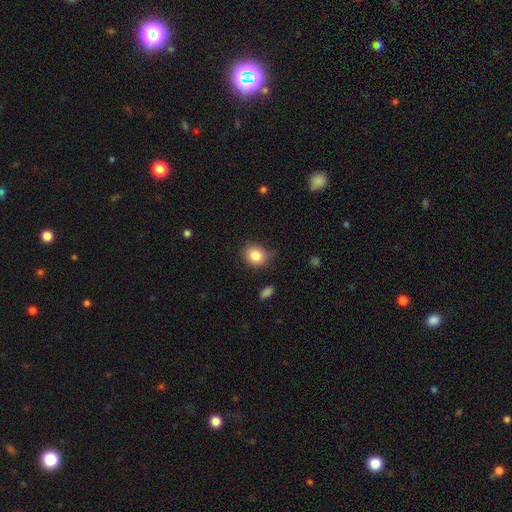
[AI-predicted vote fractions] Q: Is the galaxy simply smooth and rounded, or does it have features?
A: smooth — 83%.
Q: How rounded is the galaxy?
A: round — 69%.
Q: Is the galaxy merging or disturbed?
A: none — 74%.